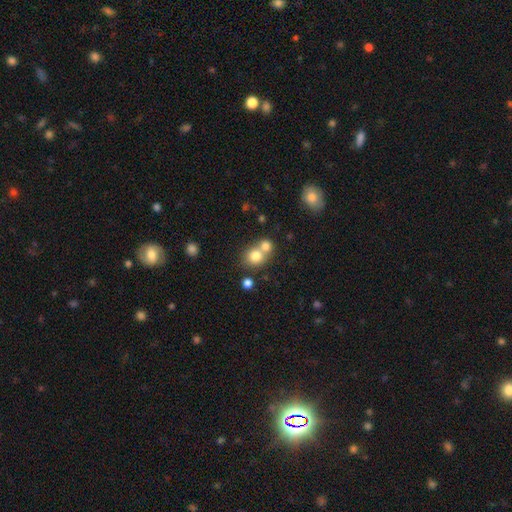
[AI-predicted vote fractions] Q: Smooth or featured?
A: smooth (77%); runner-up: featured or disk (12%)
Q: How rounded?
A: round (80%); runner-up: in between (19%)
Q: Merging?
A: merger (51%); runner-up: none (40%)